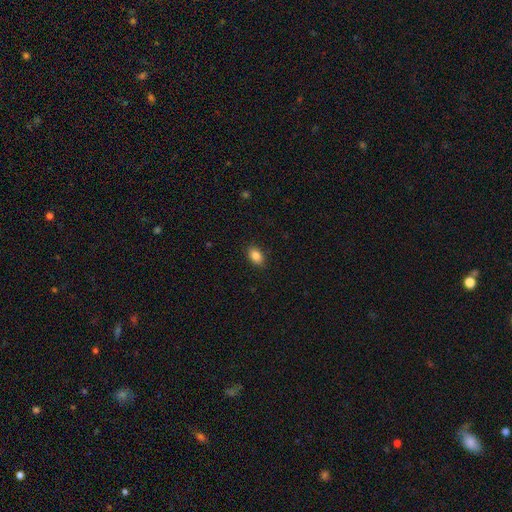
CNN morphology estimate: smooth-or-featured: smooth: 86% | star or artifact: 9% | featured or disk: 5%
  how-rounded: in between: 84% | round: 14% | cigar-shaped: 2%
  merging: none: 88% | minor disturbance: 9% | major disturbance: 2% | merger: 1%